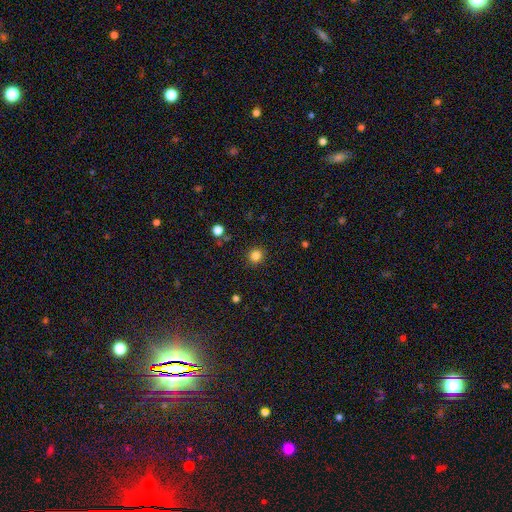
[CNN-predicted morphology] smooth 83%, star or artifact 13%, featured or disk 4%. Down the decision tree: how rounded — round (92%); merging — none (91%).